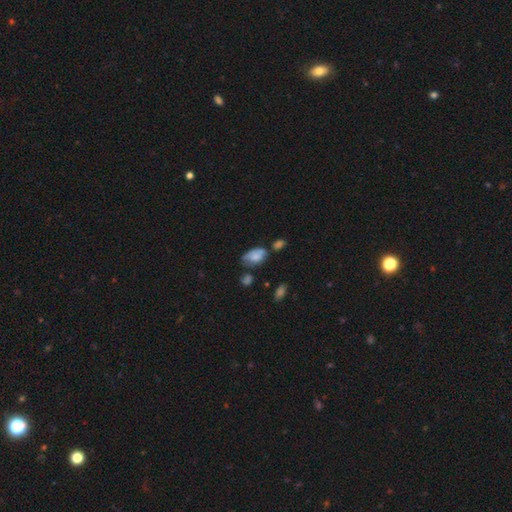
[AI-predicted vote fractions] A smooth galaxy with no disk features (70%) that is in between round and cigar-shaped (90%). Merging: none (39%).